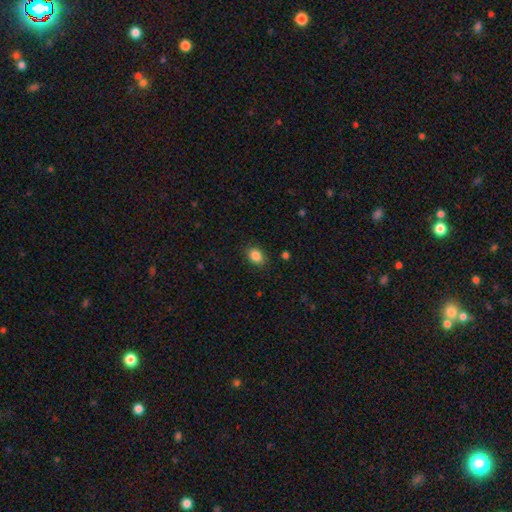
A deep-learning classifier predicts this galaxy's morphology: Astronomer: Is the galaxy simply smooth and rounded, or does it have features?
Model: smooth — 86%.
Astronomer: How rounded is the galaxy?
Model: in between — 68%.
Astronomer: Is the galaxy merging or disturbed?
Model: none — 86%.